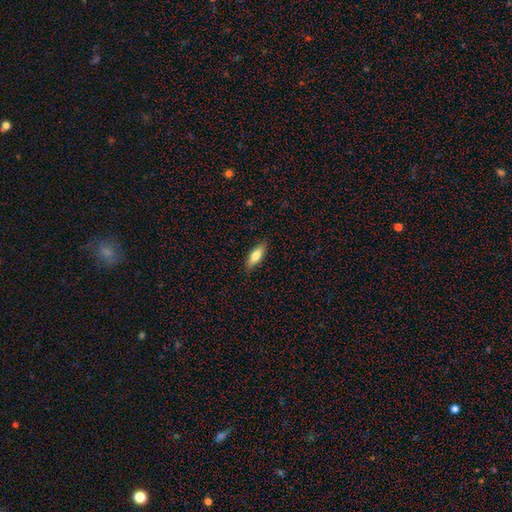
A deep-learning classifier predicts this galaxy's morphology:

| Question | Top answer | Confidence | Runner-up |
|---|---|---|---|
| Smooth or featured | smooth | 74% | featured or disk (20%) |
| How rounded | in between | 59% | cigar-shaped (39%) |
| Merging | none | 88% | minor disturbance (9%) |